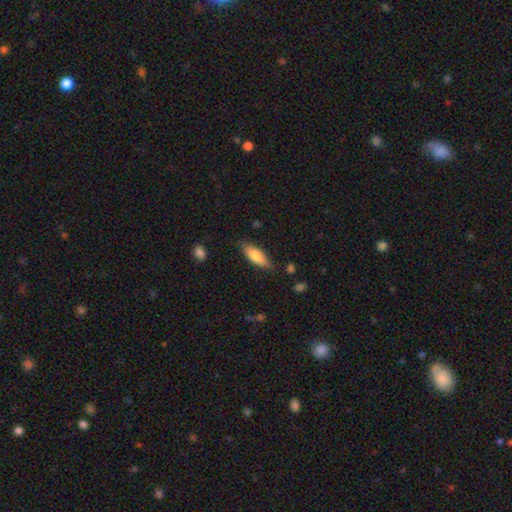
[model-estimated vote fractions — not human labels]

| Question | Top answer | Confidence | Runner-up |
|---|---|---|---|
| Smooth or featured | smooth | 73% | featured or disk (21%) |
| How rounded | in between | 58% | cigar-shaped (40%) |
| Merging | none | 80% | minor disturbance (15%) |